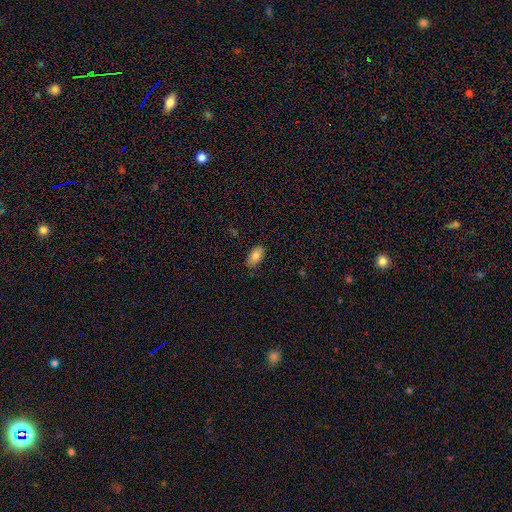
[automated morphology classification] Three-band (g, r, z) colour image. It shows a smooth galaxy with no disk features (84%) that is in between round and cigar-shaped (93%). Merging: none (83%).